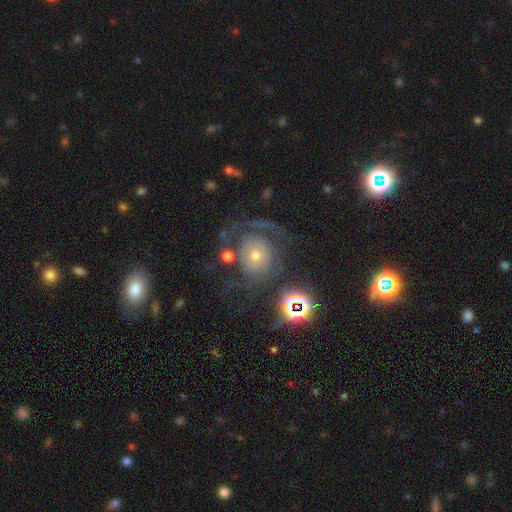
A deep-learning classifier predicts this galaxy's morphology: featured or disk 57%, smooth 26%, star or artifact 17%. Down the decision tree: edge-on disk — no (96%); bar — no (83%); spiral arms — yes (72%); bulge size — small (50%); merging — none (51%).